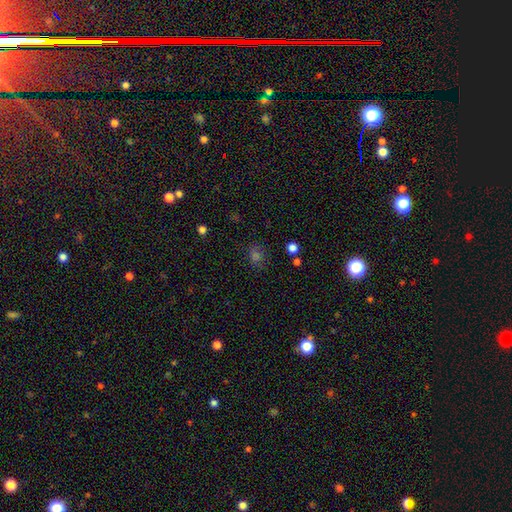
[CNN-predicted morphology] smooth-or-featured: smooth: 61% | star or artifact: 31% | featured or disk: 8%
  how-rounded: round: 68% | in between: 30% | cigar-shaped: 1%
  merging: none: 81% | minor disturbance: 12% | major disturbance: 5% | merger: 3%